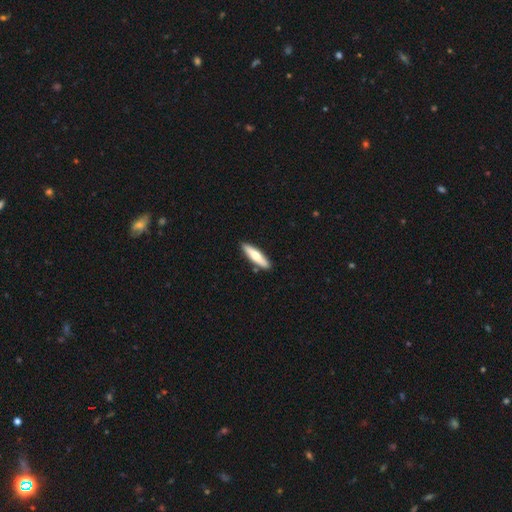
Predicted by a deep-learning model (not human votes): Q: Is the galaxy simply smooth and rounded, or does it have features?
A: smooth — 61%.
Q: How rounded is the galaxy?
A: cigar-shaped — 73%.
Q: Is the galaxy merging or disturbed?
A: none — 88%.